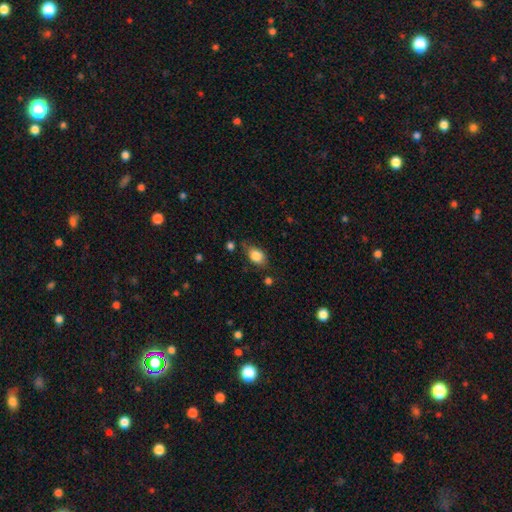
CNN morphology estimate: Overall: smooth (84%). How rounded: in between (74%). Merging: none (64%; minor disturbance 25%).